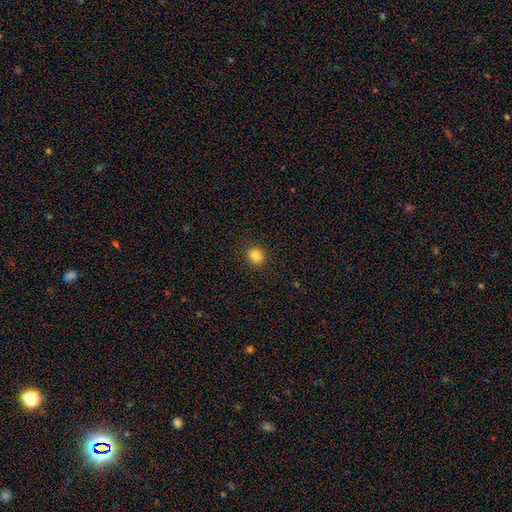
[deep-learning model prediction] This is clearly a smooth galaxy (84%). How rounded: likely round (79%). Merging: clearly none (91%).